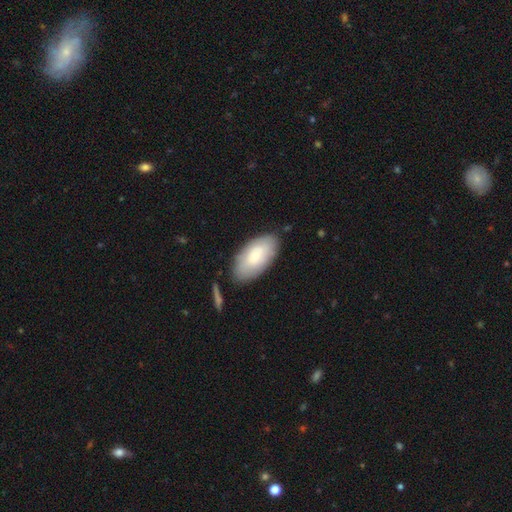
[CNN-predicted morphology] A smooth galaxy with no disk features (66%) that is in between round and cigar-shaped (94%). Merging: none (79%).